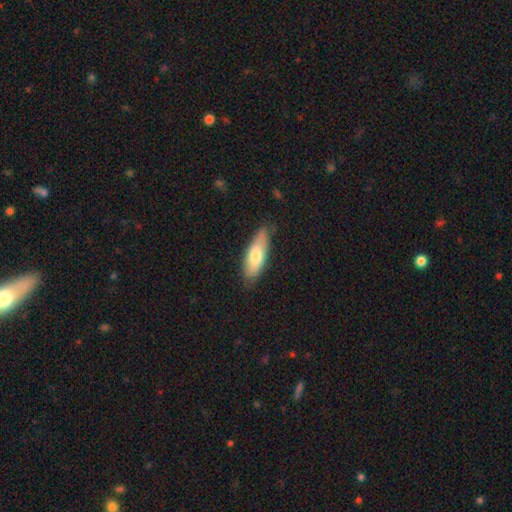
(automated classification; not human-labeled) smooth-or-featured: smooth: 72% | featured or disk: 23% | star or artifact: 6%
  how-rounded: in between: 60% | cigar-shaped: 38% | round: 2%
  merging: none: 79% | minor disturbance: 17% | major disturbance: 3% | merger: 1%